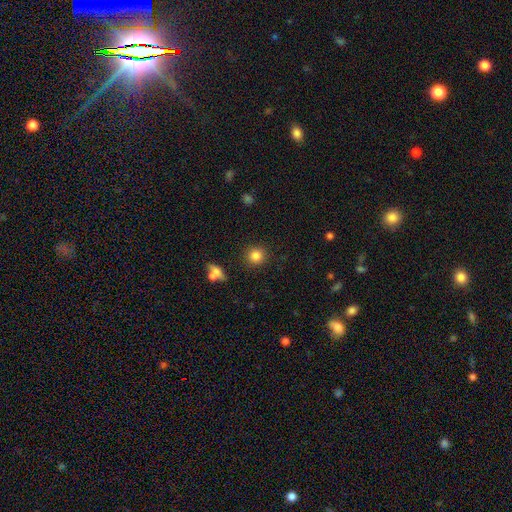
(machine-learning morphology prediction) This appears to be a smooth galaxy with no disk features (83%) that is round (91%). Merging: none (88%).